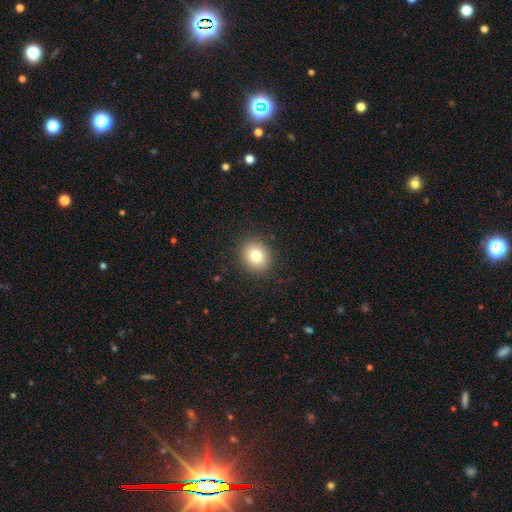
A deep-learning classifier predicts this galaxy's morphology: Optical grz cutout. It shows a smooth galaxy with no disk features (80%) that is round (78%). Merging: none (90%).